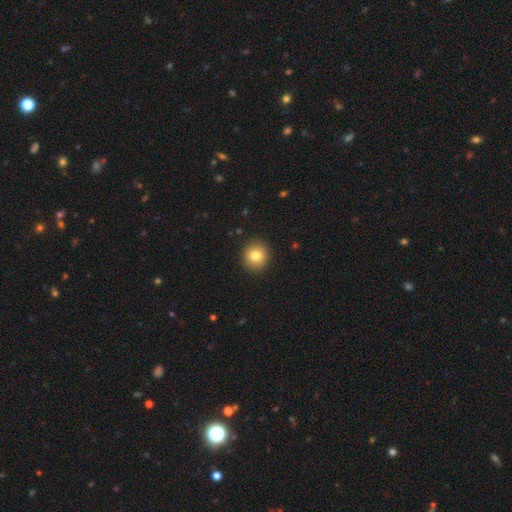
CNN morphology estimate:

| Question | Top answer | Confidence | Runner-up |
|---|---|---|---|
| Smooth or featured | smooth | 80% | star or artifact (10%) |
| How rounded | round | 92% | in between (7%) |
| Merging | none | 92% | minor disturbance (5%) |